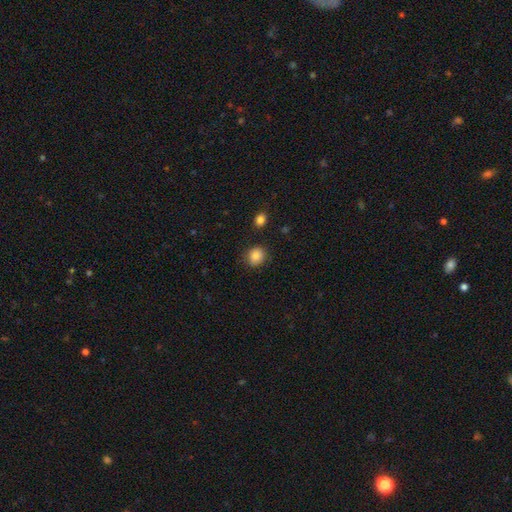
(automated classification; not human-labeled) A smooth galaxy with no disk features (84%) that is round (78%).

Vote fractions:
- Smooth or featured? smooth: 84% / star or artifact: 10% / featured or disk: 7%
- How rounded? round: 78% / in between: 21% / cigar-shaped: 1%
- Merging? none: 85% / minor disturbance: 11% / major disturbance: 3% / merger: 2%